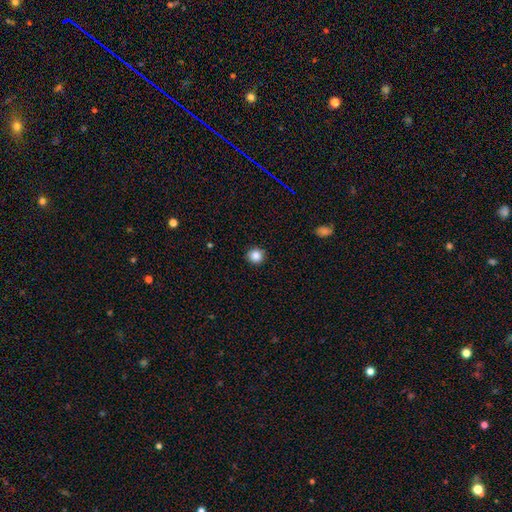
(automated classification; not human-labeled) Q: Smooth or featured?
A: smooth (86%); runner-up: star or artifact (11%)
Q: How rounded?
A: round (94%); runner-up: in between (5%)
Q: Merging?
A: none (92%); runner-up: minor disturbance (6%)